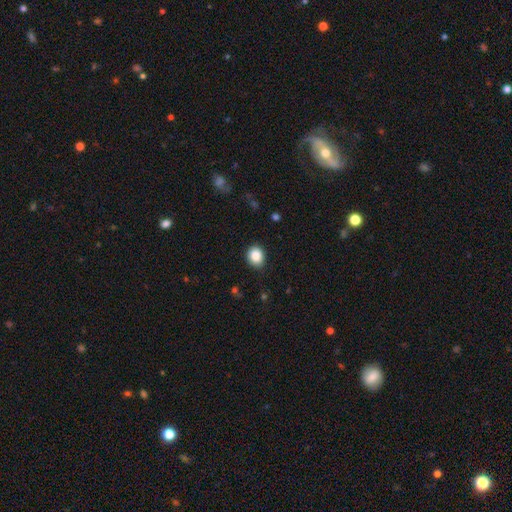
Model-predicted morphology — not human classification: This appears to be a smooth galaxy with no disk features (87%) that is round (64%). Merging: none (85%).